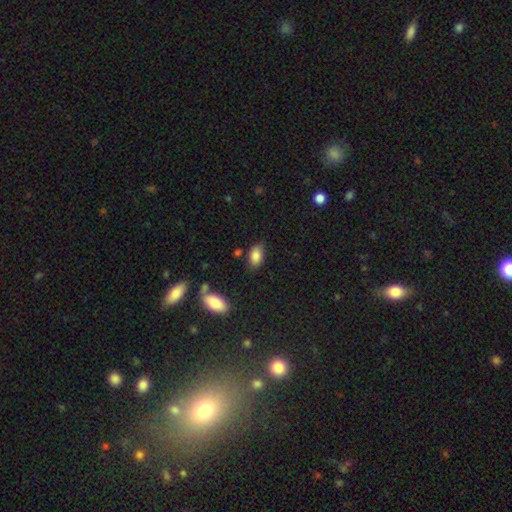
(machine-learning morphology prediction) Smooth or featured?
  - smooth: 85% *
  - star or artifact: 8%
  - featured or disk: 7%
How rounded?
  - in between: 91% *
  - round: 7%
  - cigar-shaped: 2%
Merging?
  - none: 76% *
  - minor disturbance: 17%
  - major disturbance: 4%
  - merger: 4%